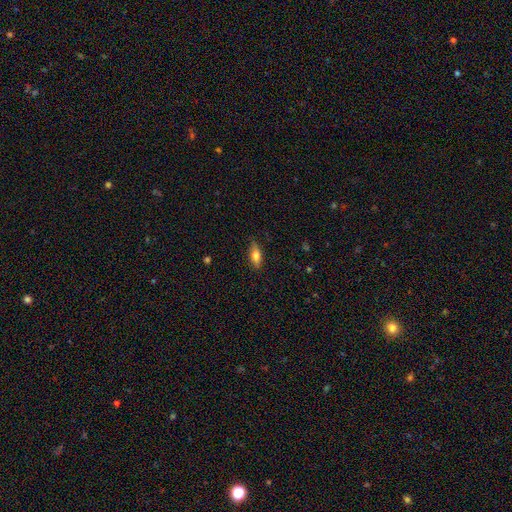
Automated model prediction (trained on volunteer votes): Overall: smooth (69%). How rounded: in between (69%). Merging: none (80%).